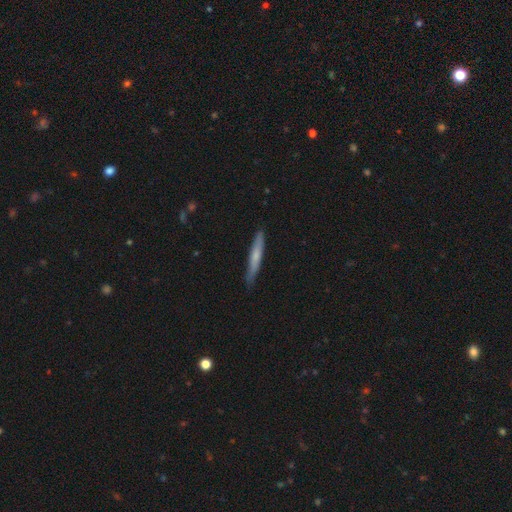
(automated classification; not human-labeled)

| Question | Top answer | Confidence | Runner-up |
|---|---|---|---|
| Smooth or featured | smooth | 59% | featured or disk (36%) |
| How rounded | cigar-shaped | 95% | in between (4%) |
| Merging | none | 84% | minor disturbance (13%) |